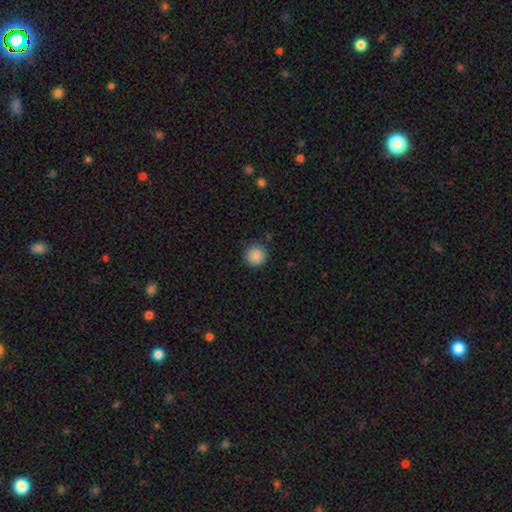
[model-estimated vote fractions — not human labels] Smooth or featured? Predicted: smooth (p=0.88). How rounded? Predicted: round (p=0.95). Merging? Predicted: none (p=0.90).